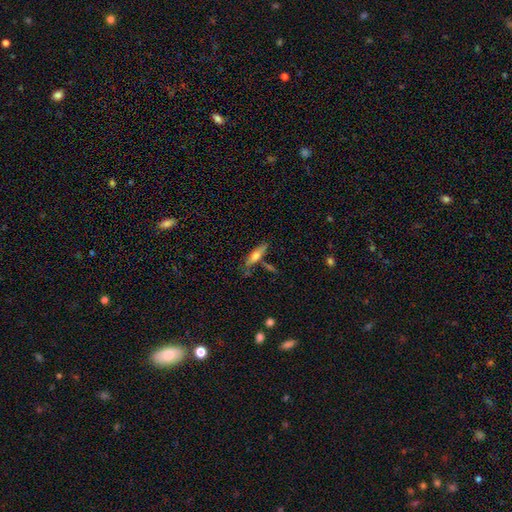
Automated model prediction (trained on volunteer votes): Morphology: type=smooth (58%); roundness=cigar-shaped (61%); merging=none (66%).